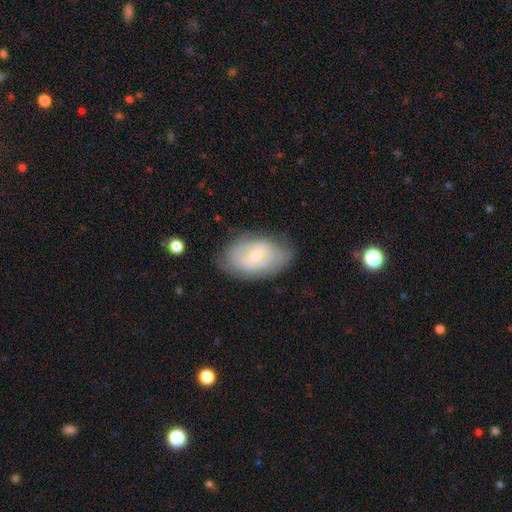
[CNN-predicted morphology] Smooth or featured? featured or disk (55%)
Edge-on disk? no (93%)
Bar? no (58%)
Spiral arms? yes (61%)
Bulge size? small (61%)
Merging? none (70%)